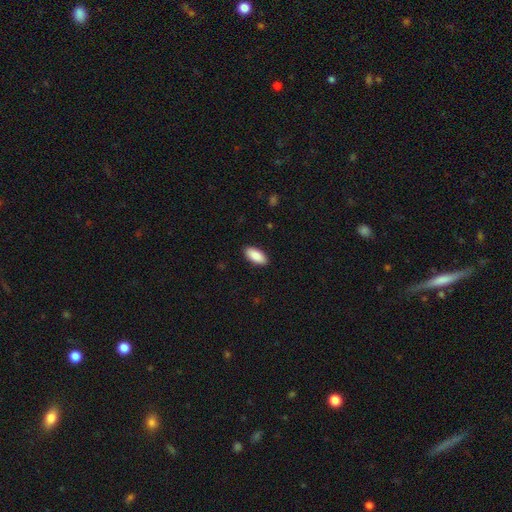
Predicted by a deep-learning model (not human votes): A smooth galaxy with no disk features (89%) that is in between round and cigar-shaped (92%).

Vote fractions:
- Smooth or featured? smooth: 89% / star or artifact: 6% / featured or disk: 5%
- How rounded? in between: 92% / cigar-shaped: 7% / round: 2%
- Merging? none: 90% / minor disturbance: 7% / major disturbance: 2% / merger: 1%